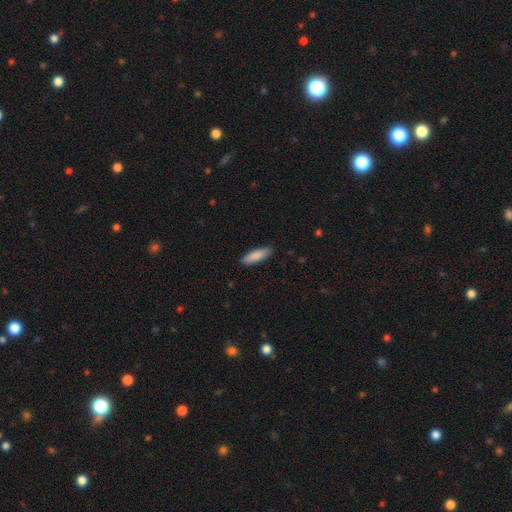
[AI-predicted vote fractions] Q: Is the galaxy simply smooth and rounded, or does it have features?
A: smooth — 88%.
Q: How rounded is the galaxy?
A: cigar-shaped — 50%.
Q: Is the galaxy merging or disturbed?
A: none — 87%.